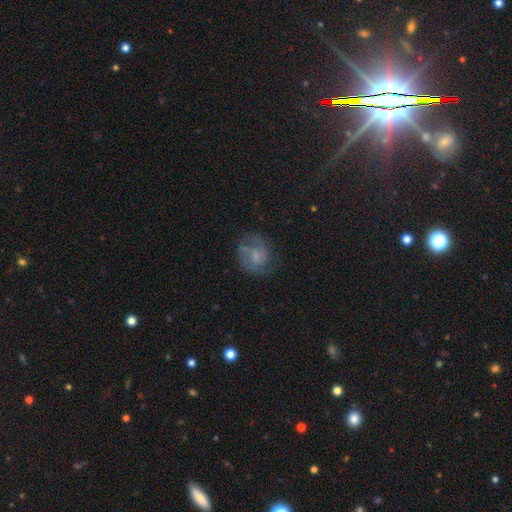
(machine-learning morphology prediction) The model was most divided on "smooth or featured": featured or disk: 50%, smooth: 40%, star or artifact: 10%. More confident: merging — none (61%).